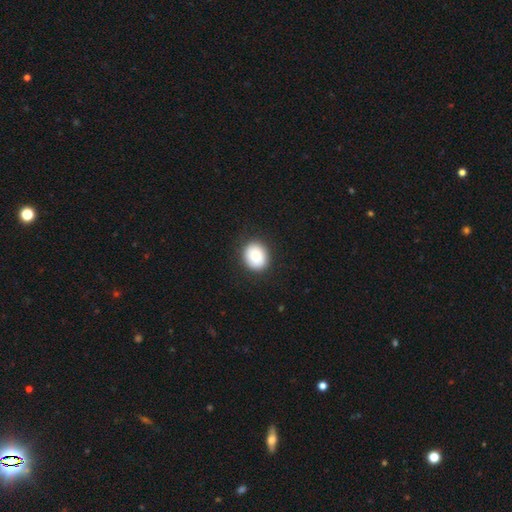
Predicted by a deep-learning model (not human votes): This is clearly a smooth galaxy (82%). How rounded: likely round (63%). Merging: clearly none (88%).